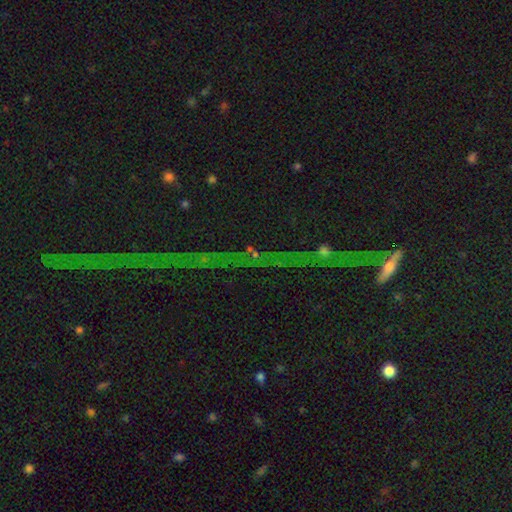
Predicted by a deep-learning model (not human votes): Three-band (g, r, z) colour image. It shows a star or artifact, not a galaxy (70%).